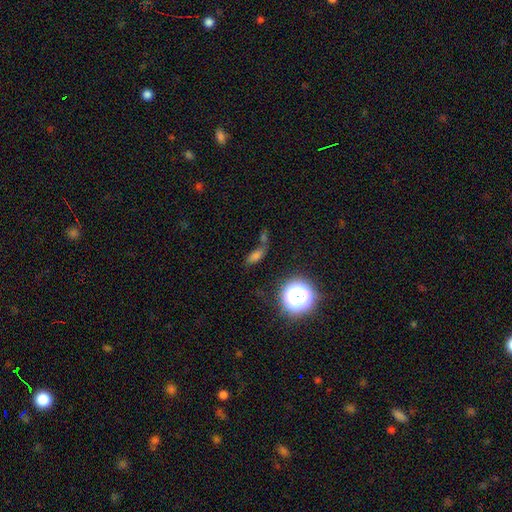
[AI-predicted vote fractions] Smooth or featured? smooth (64%)
How rounded? in between (68%)
Merging? none (44%)